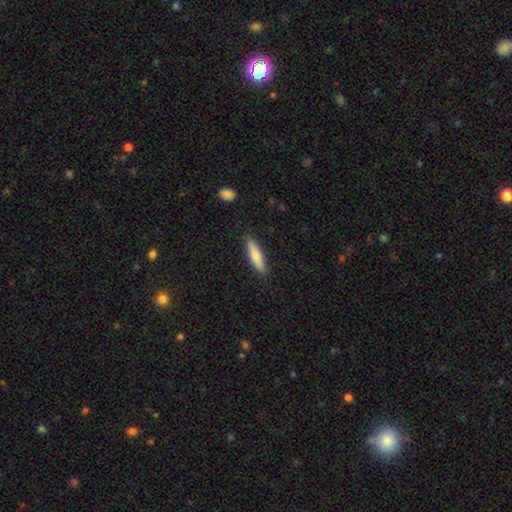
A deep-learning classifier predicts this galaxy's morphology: Smooth or featured? Predicted: smooth (p=0.78). How rounded? Predicted: cigar-shaped (p=0.73). Merging? Predicted: none (p=0.87).